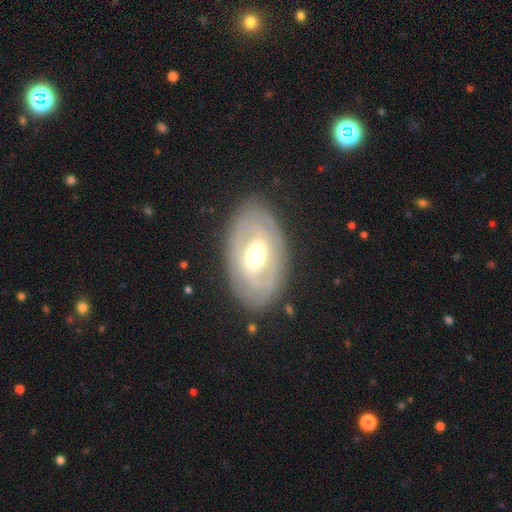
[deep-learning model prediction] A featured or disk galaxy (72%) with a weak bar (43%), spiral arms (52%) and a moderate central bulge (69%). Merging: none (82%).